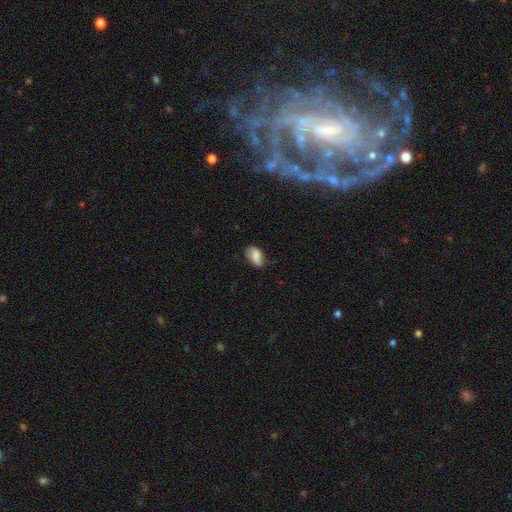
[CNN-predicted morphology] smooth_or_featured: smooth (p=0.72) [alt: featured or disk p=0.19]
how_rounded: in between (p=0.89) [alt: round p=0.09]
merging: none (p=0.46) [alt: minor disturbance p=0.38]